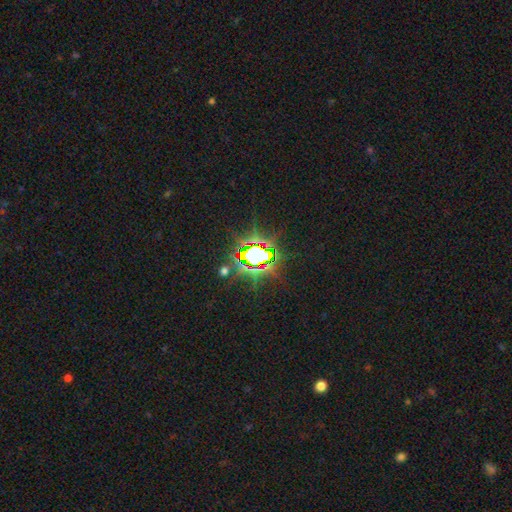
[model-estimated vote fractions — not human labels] Q: Smooth or featured?
A: star or artifact (76%); runner-up: smooth (13%)